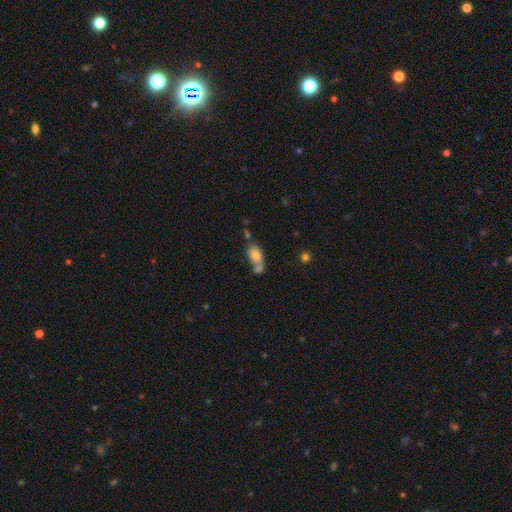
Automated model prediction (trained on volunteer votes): Smooth or featured?
  - smooth: 71% *
  - featured or disk: 20%
  - star or artifact: 9%
How rounded?
  - in between: 85% *
  - round: 11%
  - cigar-shaped: 5%
Merging?
  - merger: 50% *
  - none: 30%
  - minor disturbance: 13%
  - major disturbance: 8%